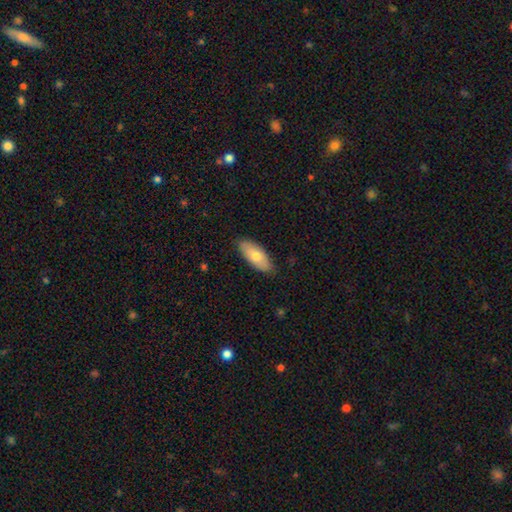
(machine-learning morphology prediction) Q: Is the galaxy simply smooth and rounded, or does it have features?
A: smooth — 72%.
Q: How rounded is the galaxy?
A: in between — 83%.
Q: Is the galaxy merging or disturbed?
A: none — 85%.